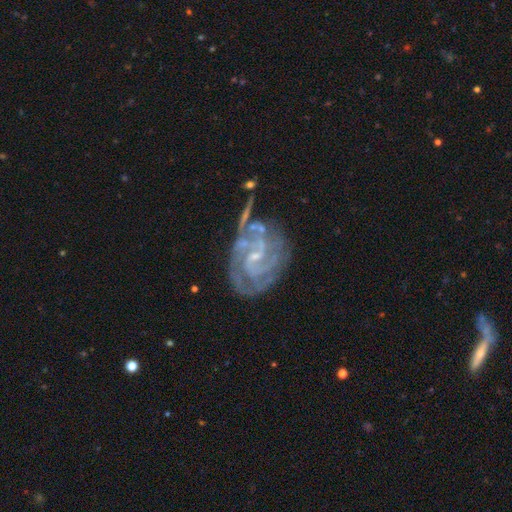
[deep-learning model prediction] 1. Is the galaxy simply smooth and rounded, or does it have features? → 87% featured or disk, 7% star or artifact, 6% smooth.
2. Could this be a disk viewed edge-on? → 98% no, 2% yes.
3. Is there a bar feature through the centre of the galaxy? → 51% weak, 31% no, 18% strong.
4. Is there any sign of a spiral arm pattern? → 96% yes, 4% no.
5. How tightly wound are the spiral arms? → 54% tight, 37% medium, 9% loose.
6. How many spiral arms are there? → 38% 2, 21% 3, 21% can't tell, 9% 4, 6% 1, 5% more than 4.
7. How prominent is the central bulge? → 74% small, 15% moderate, 9% none, 1% large, 1% dominant.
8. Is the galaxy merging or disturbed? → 48% none, 23% minor disturbance, 16% major disturbance, 12% merger.